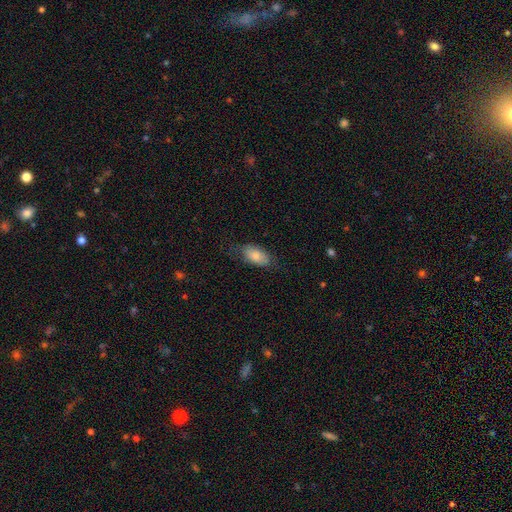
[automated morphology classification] Smooth or featured?
  - smooth: 82% *
  - featured or disk: 12%
  - star or artifact: 7%
How rounded?
  - in between: 92% *
  - cigar-shaped: 4%
  - round: 4%
Merging?
  - none: 68% *
  - minor disturbance: 23%
  - major disturbance: 8%
  - merger: 1%